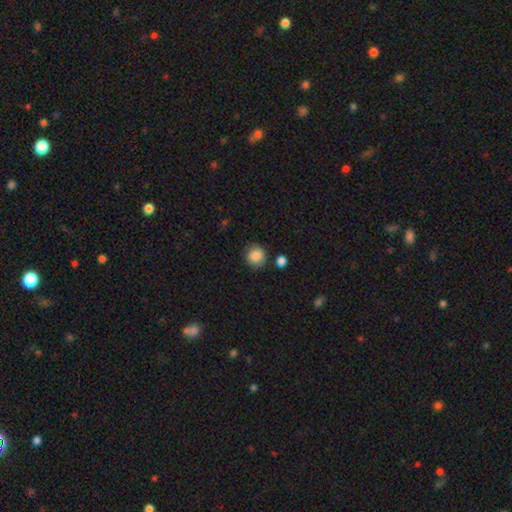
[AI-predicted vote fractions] A smooth galaxy with no disk features (87%) that is round (87%). Merging: none (82%).